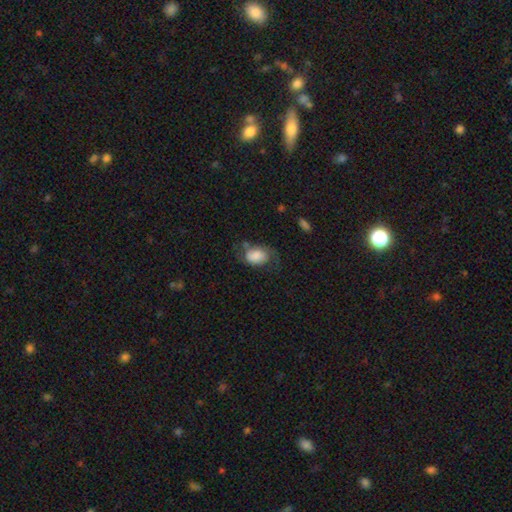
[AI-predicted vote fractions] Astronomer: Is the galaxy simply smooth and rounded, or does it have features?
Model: smooth — 62%.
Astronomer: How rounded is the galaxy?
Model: in between — 79%.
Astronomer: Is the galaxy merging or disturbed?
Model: none — 43% (runner-up: minor disturbance, 28%).